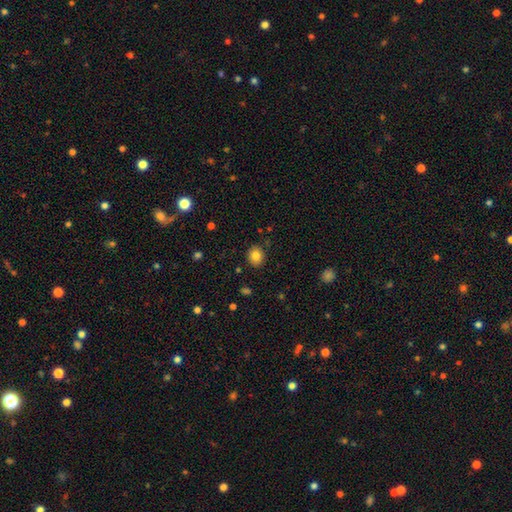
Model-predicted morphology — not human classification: Overall: smooth (82%). How rounded: round (73%). Merging: none (88%).